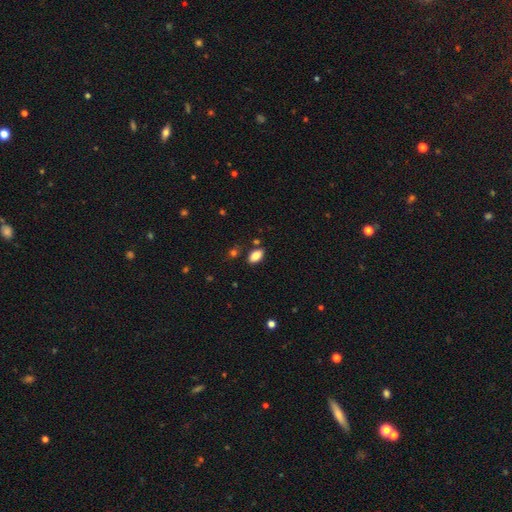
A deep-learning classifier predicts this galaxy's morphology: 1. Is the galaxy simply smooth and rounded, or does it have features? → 86% smooth, 8% star or artifact, 6% featured or disk.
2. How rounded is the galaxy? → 92% in between, 5% round, 2% cigar-shaped.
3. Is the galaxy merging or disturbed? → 83% none, 11% minor disturbance, 4% merger, 3% major disturbance.